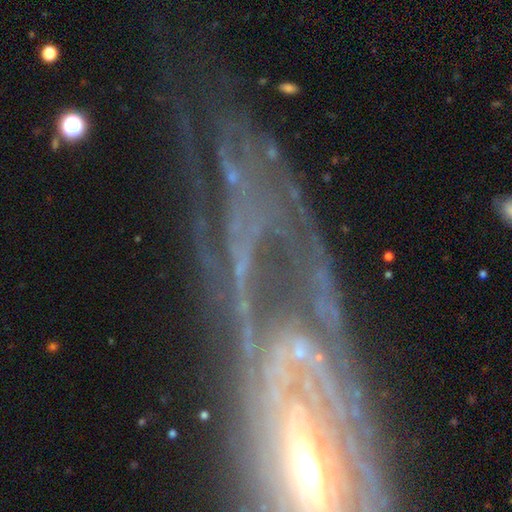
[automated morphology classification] This is likely a featured or disk galaxy (68%). It is clearly not viewed edge-on (88%). Bar: possibly no (48%). Spiral arm pattern: clearly yes (86%). Spiral arm count: marginally can't tell (29%). Spiral winding: possibly tight (56%). Central bulge: possibly small (51%). Merging: possibly none (58%).